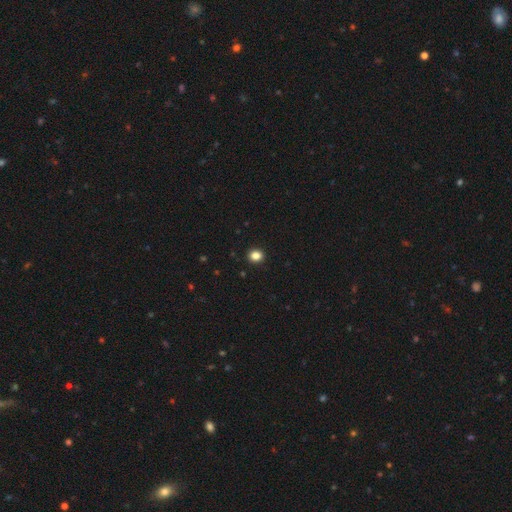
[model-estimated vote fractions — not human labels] Smooth or featured: smooth — 85% (star or artifact — 11%)
How rounded: round — 72% (in between — 27%)
Merging: none — 92% (minor disturbance — 5%)